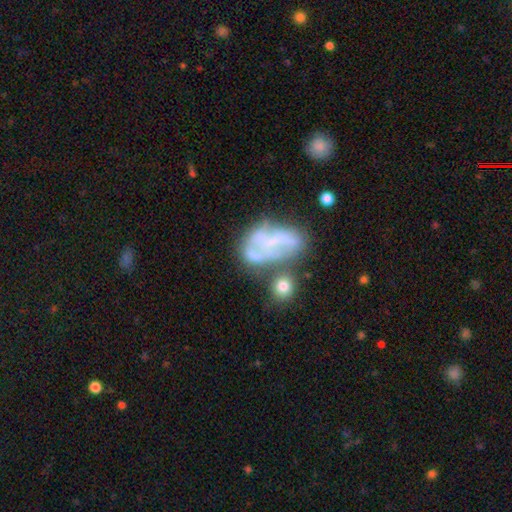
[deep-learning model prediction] A featured or disk galaxy (50%). Merging: none (30%).